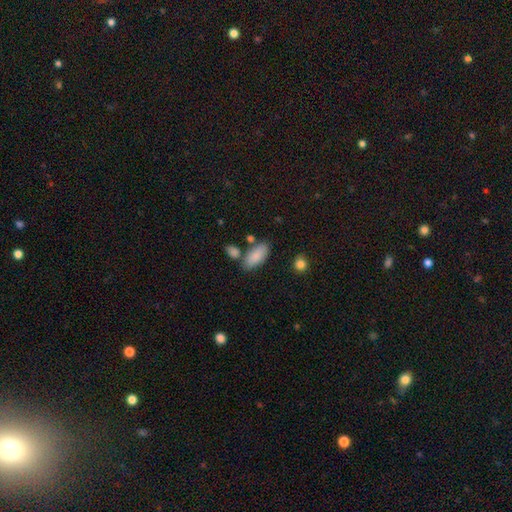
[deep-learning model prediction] This is clearly a smooth galaxy (86%). How rounded: clearly in between (89%). Merging: likely none (70%).